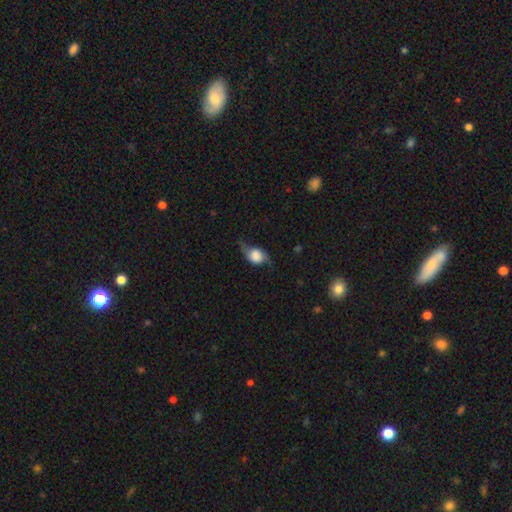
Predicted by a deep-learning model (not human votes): This appears to be a featured or disk galaxy (52%). Merging: none (58%).